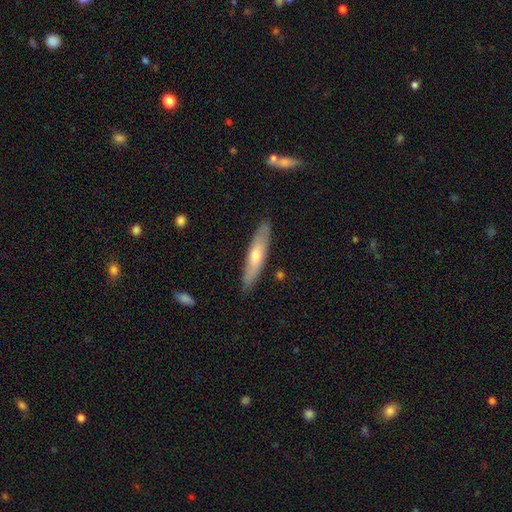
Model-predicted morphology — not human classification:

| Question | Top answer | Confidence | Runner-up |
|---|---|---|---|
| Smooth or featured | smooth | 51% | featured or disk (44%) |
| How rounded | cigar-shaped | 84% | in between (15%) |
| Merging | none | 86% | minor disturbance (10%) |